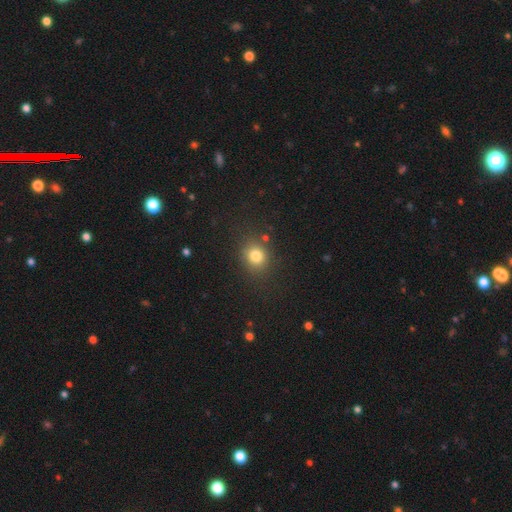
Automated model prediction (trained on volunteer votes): Smooth or featured: smooth — 80% (star or artifact — 14%)
How rounded: round — 76% (in between — 23%)
Merging: none — 82% (minor disturbance — 11%)